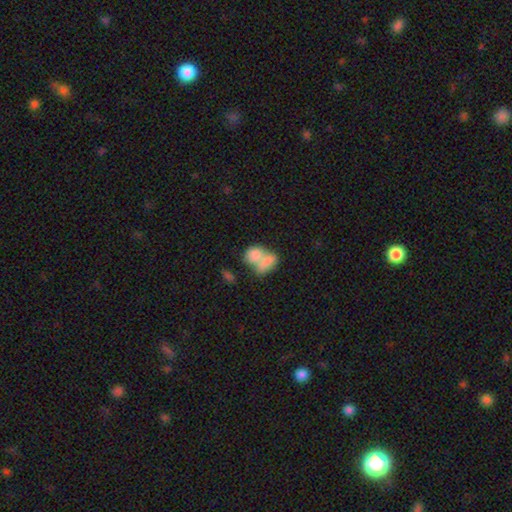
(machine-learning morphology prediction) This appears to be a smooth galaxy with no disk features (80%) that is in between round and cigar-shaped (69%). Merging: merger (69%).